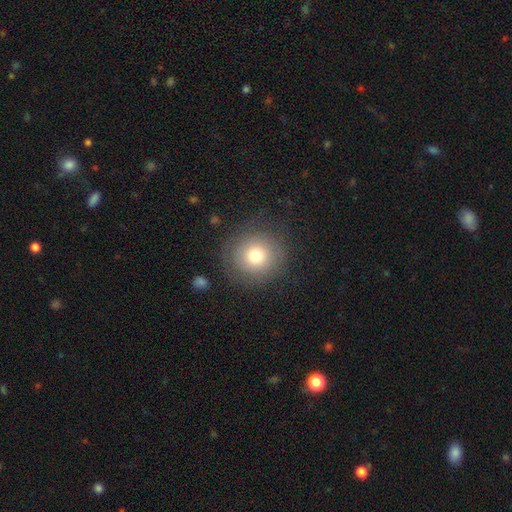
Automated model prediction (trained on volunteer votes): smooth-or-featured: smooth: 71% | featured or disk: 19% | star or artifact: 11%
  how-rounded: round: 93% | in between: 6% | cigar-shaped: 1%
  merging: none: 80% | minor disturbance: 12% | major disturbance: 6% | merger: 1%